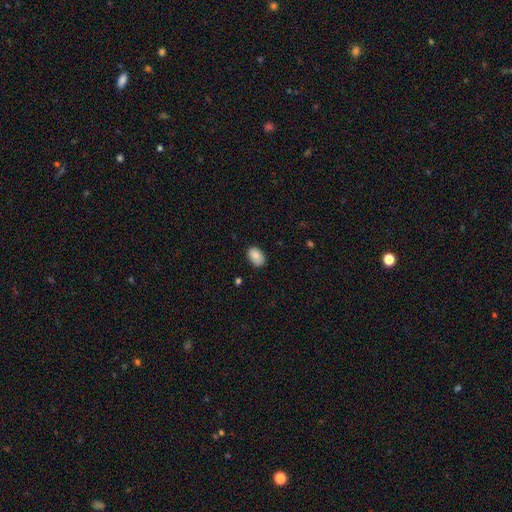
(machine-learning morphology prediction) A smooth galaxy with no disk features (86%) that is in between round and cigar-shaped (87%).

Vote fractions:
- Smooth or featured? smooth: 86% / star or artifact: 7% / featured or disk: 7%
- How rounded? in between: 87% / round: 12% / cigar-shaped: 1%
- Merging? none: 83% / minor disturbance: 14% / major disturbance: 2% / merger: 1%